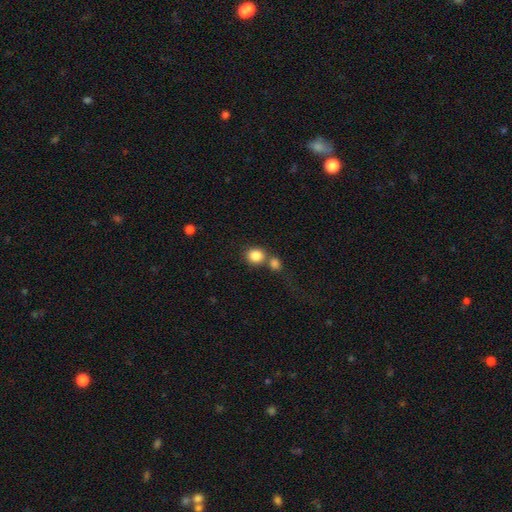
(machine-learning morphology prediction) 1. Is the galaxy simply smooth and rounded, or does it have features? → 84% smooth, 10% star or artifact, 6% featured or disk.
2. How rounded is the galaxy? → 82% round, 17% in between, 1% cigar-shaped.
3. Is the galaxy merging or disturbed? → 51% none, 36% merger, 9% minor disturbance, 4% major disturbance.